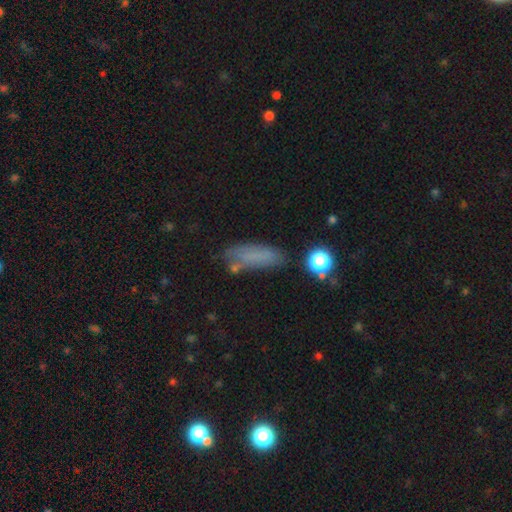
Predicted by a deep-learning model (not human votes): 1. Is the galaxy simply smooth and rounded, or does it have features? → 70% smooth, 16% star or artifact, 14% featured or disk.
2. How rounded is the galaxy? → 53% in between, 43% cigar-shaped, 4% round.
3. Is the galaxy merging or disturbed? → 65% none, 21% minor disturbance, 9% major disturbance, 6% merger.